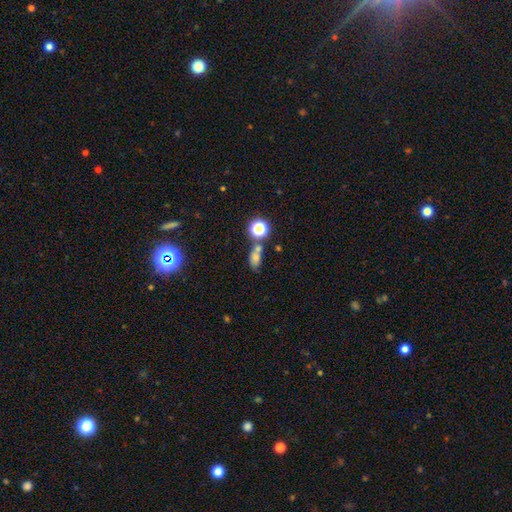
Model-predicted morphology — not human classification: A smooth galaxy with no disk features (66%) that is in between round and cigar-shaped (64%).

Vote fractions:
- Smooth or featured? smooth: 66% / star or artifact: 22% / featured or disk: 13%
- How rounded? in between: 64% / round: 30% / cigar-shaped: 6%
- Merging? none: 42% / merger: 34% / minor disturbance: 15% / major disturbance: 9%